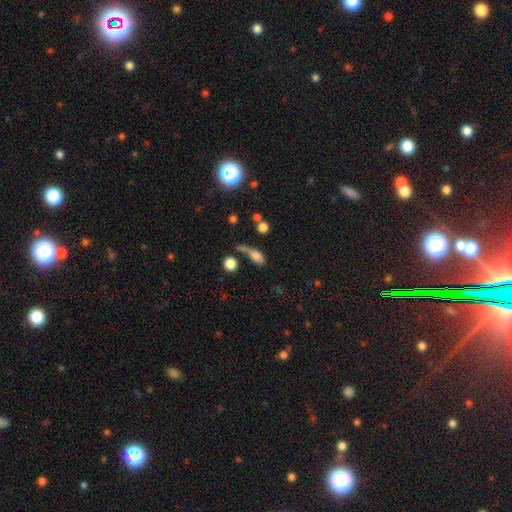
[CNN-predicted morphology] Q: Smooth or featured?
A: smooth (71%); runner-up: featured or disk (16%)
Q: How rounded?
A: in between (68%); runner-up: round (20%)
Q: Merging?
A: none (34%); runner-up: major disturbance (23%)